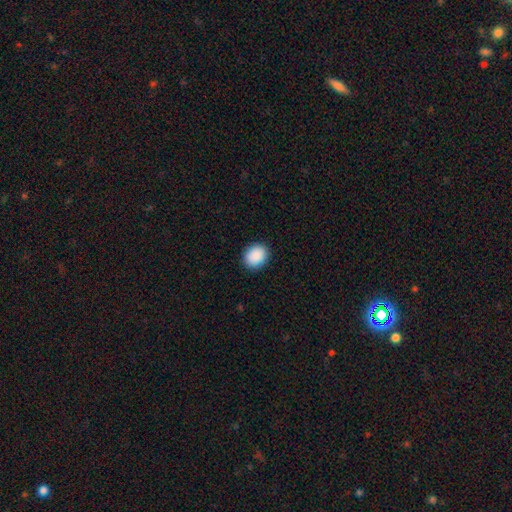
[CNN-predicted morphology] The model was most divided on "how rounded": round: 60%, in between: 39%, cigar-shaped: 1%. More confident: merging — none (90%); smooth or featured — smooth (90%).